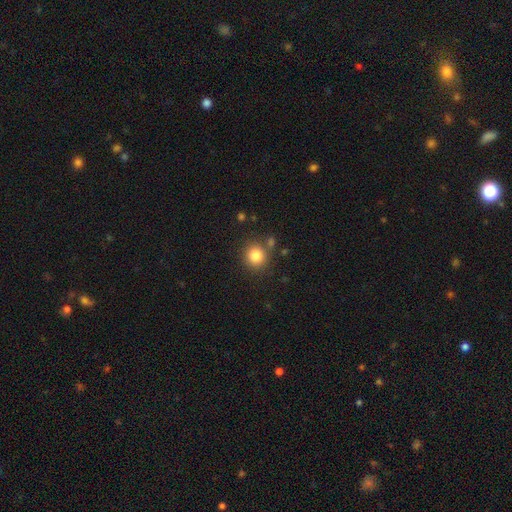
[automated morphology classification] type=smooth (83%); roundness=round (90%); merging=none (81%).